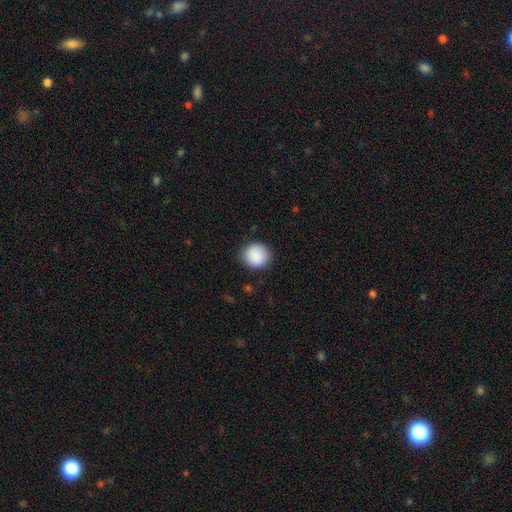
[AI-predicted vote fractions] Smooth or featured? Predicted: smooth (p=0.89). How rounded? Predicted: round (p=0.89). Merging? Predicted: none (p=0.88).